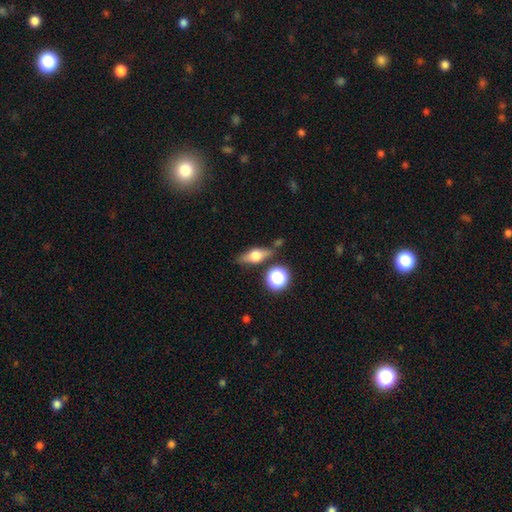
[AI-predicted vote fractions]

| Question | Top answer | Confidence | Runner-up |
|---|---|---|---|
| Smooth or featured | featured or disk | 47% | smooth (43%) |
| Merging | none | 74% | minor disturbance (14%) |